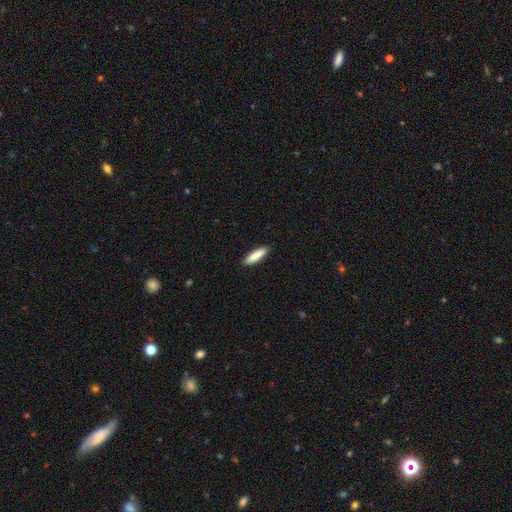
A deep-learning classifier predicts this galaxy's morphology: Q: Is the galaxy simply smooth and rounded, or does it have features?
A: smooth — 86%.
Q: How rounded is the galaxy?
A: cigar-shaped — 73%.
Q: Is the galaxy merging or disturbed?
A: none — 90%.